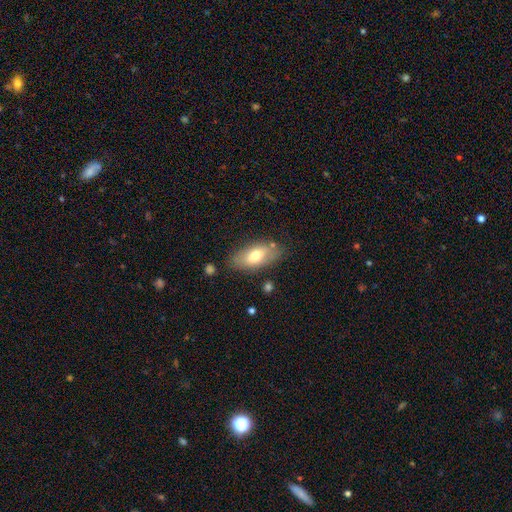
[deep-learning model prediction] The model was most divided on "smooth or featured": smooth: 69%, featured or disk: 24%, star or artifact: 7%. More confident: how rounded — in between (88%); merging — none (77%).